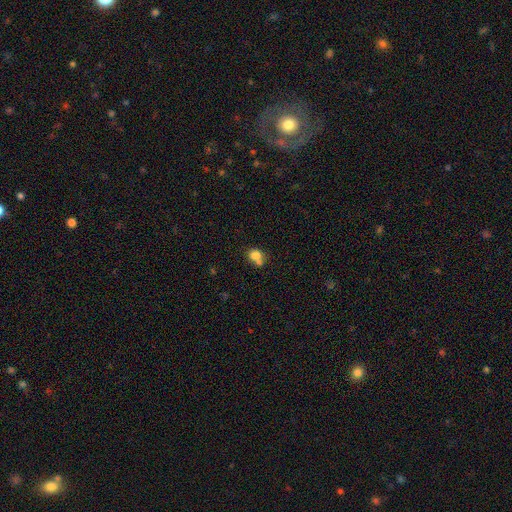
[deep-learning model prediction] Smooth or featured? smooth (77%)
How rounded? round (58%)
Merging? merger (47%)